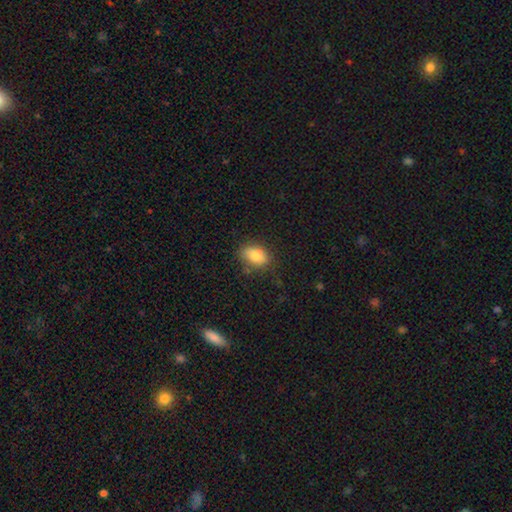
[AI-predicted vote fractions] The model was most divided on "merging": none: 71%, minor disturbance: 21%, major disturbance: 5%, merger: 3%. More confident: smooth or featured — smooth (84%); how rounded — in between (84%).